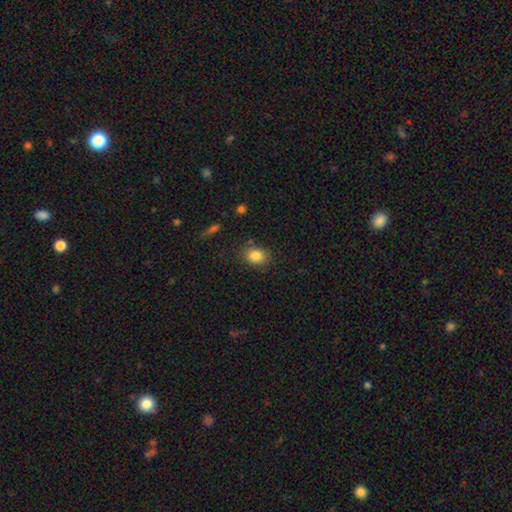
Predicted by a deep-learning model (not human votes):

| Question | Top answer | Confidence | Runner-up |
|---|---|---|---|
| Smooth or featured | smooth | 83% | star or artifact (10%) |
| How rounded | in between | 51% | round (48%) |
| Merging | none | 82% | minor disturbance (12%) |